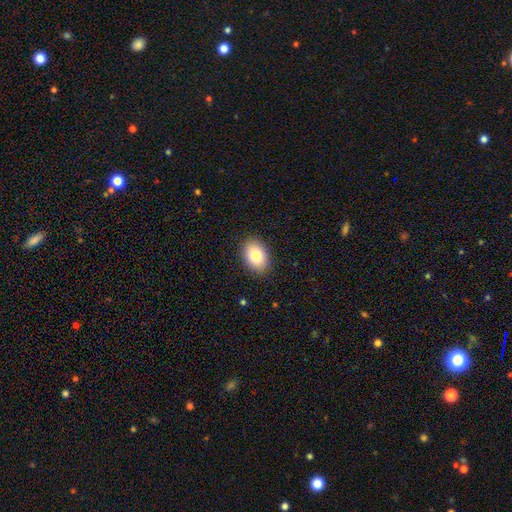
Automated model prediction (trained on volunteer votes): The model was most divided on "how rounded": in between: 81%, round: 18%, cigar-shaped: 1%. More confident: merging — none (89%); smooth or featured — smooth (81%).